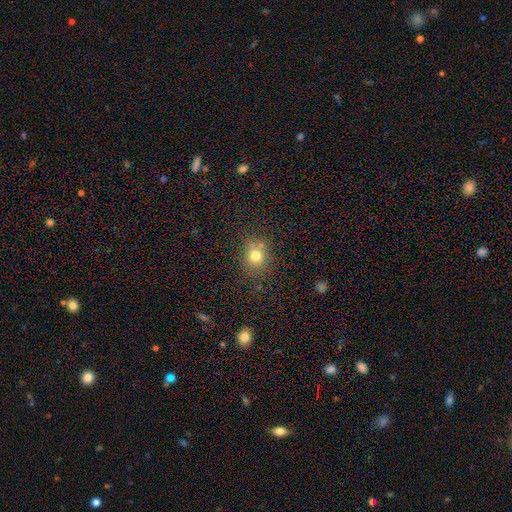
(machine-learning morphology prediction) Smooth or featured? Predicted: smooth (p=0.75). How rounded? Predicted: round (p=0.73). Merging? Predicted: none (p=0.70).